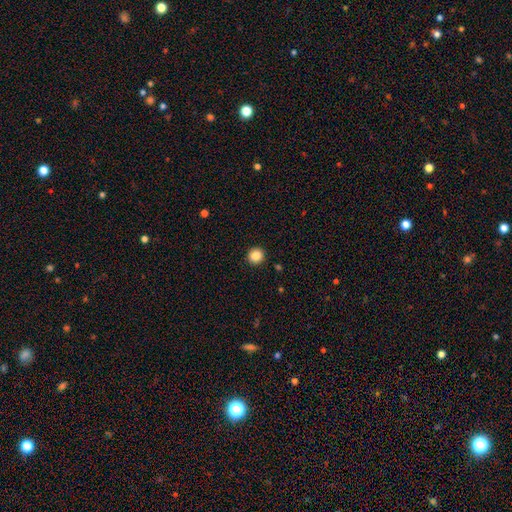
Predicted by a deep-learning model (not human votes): Overall: smooth (87%). How rounded: round (93%). Merging: none (92%).